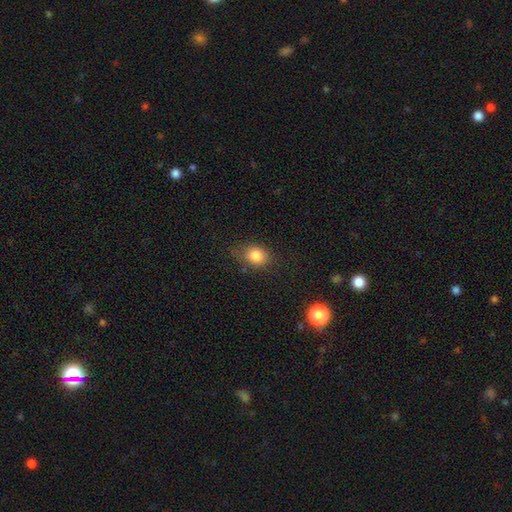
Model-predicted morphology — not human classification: Smooth or featured?
  - smooth: 84% *
  - star or artifact: 10%
  - featured or disk: 6%
How rounded?
  - in between: 53% *
  - round: 46%
  - cigar-shaped: 1%
Merging?
  - none: 70% *
  - minor disturbance: 22%
  - major disturbance: 6%
  - merger: 2%